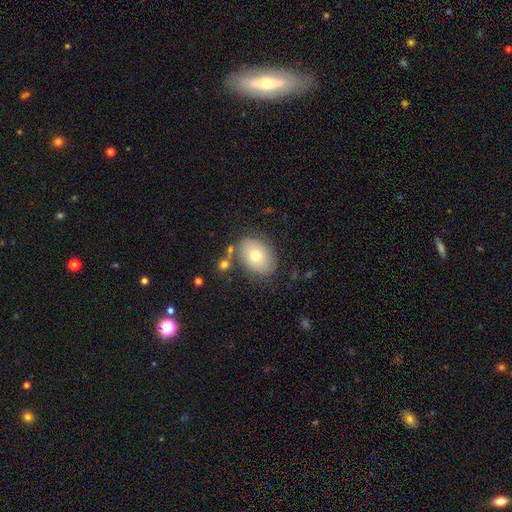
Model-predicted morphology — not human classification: The model was most divided on "smooth or featured": smooth: 70%, featured or disk: 22%, star or artifact: 8%. More confident: how rounded — in between (76%); merging — none (75%).